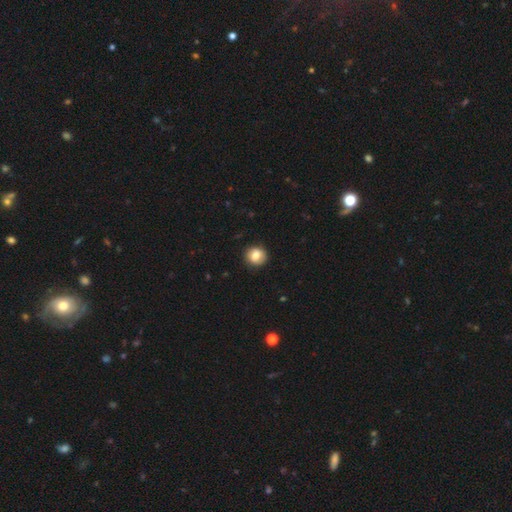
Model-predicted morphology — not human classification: type=smooth (82%); roundness=round (86%); merging=none (88%).